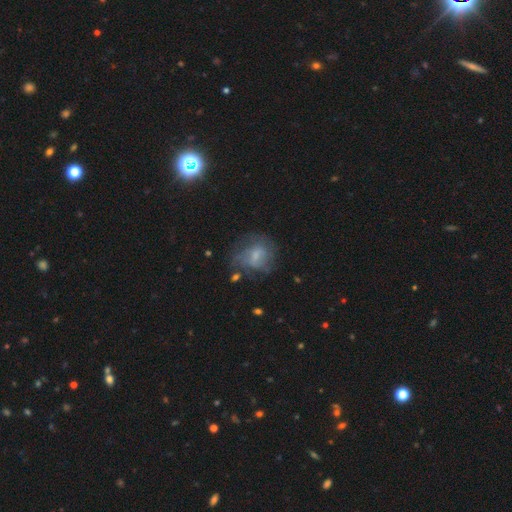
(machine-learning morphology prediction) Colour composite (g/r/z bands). It shows a smooth galaxy with no disk features (47%). Merging: none (48%).